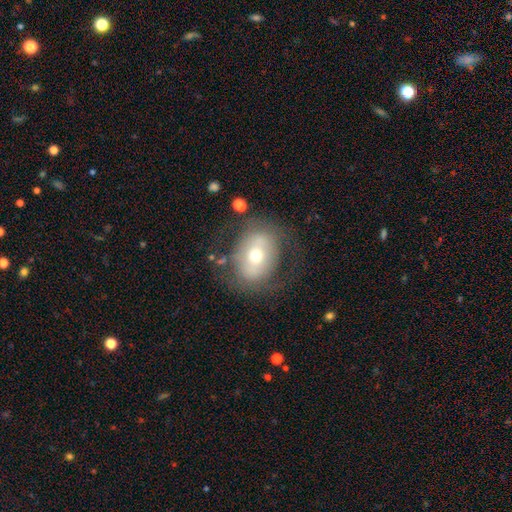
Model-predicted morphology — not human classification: The model was most divided on "smooth or featured": smooth: 46%, featured or disk: 45%, star or artifact: 9%. More confident: merging — none (64%).